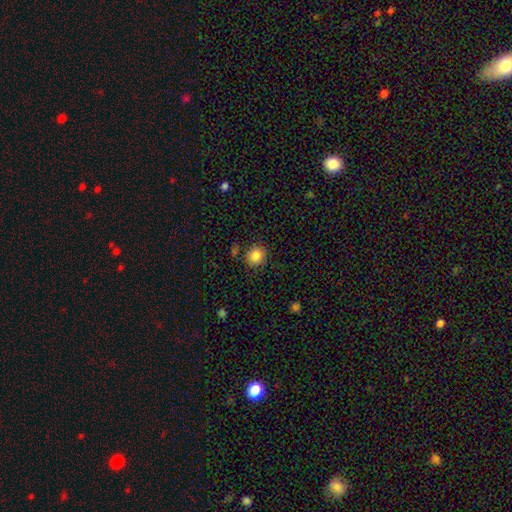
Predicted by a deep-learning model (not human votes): Morphology: type=smooth (85%); roundness=round (84%); merging=none (84%).